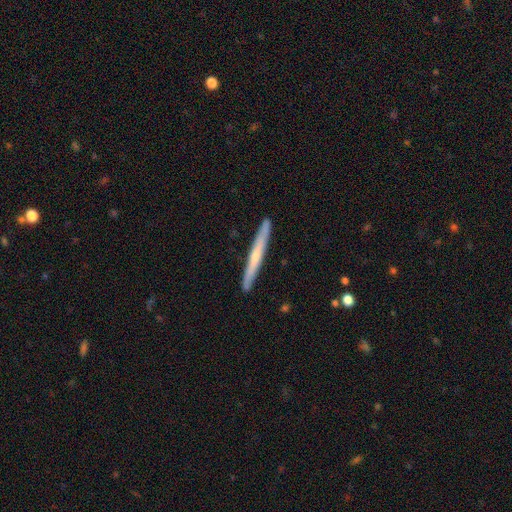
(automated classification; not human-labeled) Q: Smooth or featured?
A: featured or disk (50%); runner-up: smooth (45%)
Q: Merging?
A: none (91%); runner-up: minor disturbance (7%)